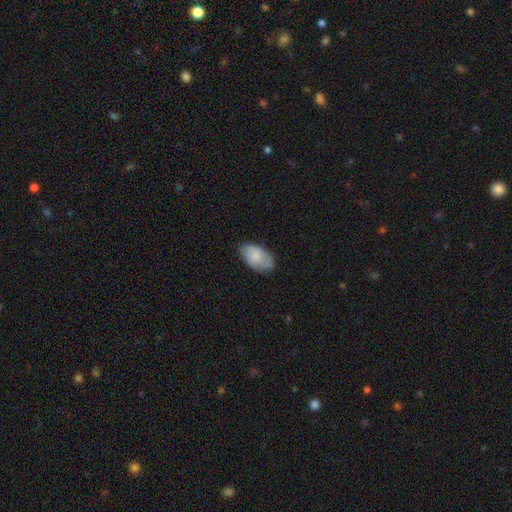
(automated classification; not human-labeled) The model was most divided on "merging": none: 75%, minor disturbance: 20%, major disturbance: 4%, merger: 1%. More confident: how rounded — in between (94%); smooth or featured — smooth (81%).